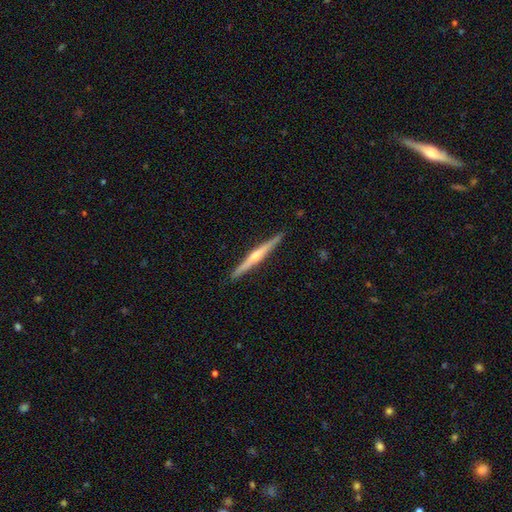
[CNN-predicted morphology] featured or disk 71%, smooth 24%, star or artifact 5%. Down the decision tree: edge-on disk — yes (98%); edge-on bulge — rounded (73%); merging — none (91%).